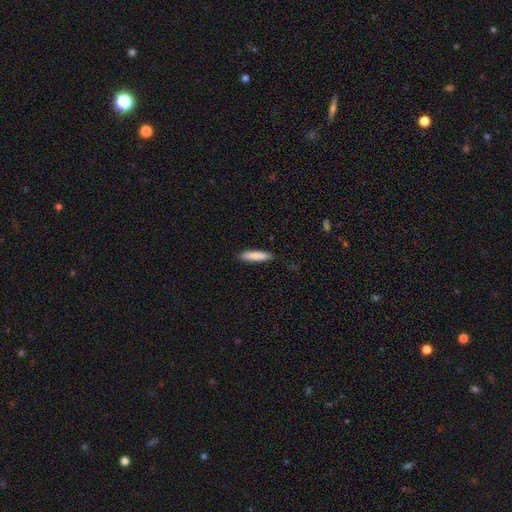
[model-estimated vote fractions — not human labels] The model was most divided on "how rounded": cigar-shaped: 80%, in between: 18%, round: 1%. More confident: merging — none (86%); smooth or featured — smooth (85%).